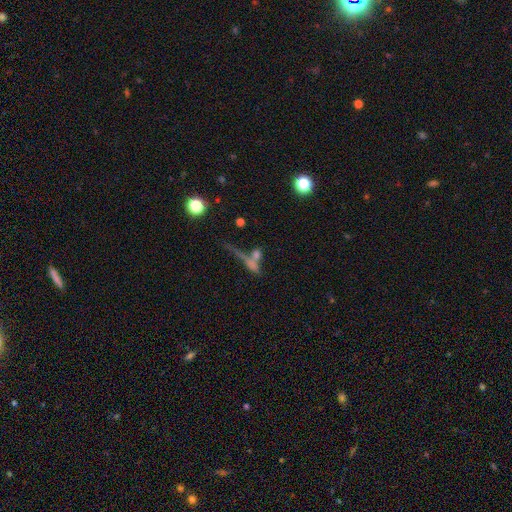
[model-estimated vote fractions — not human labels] The model was most divided on "merging": merger: 40%, none: 39%, major disturbance: 11%, minor disturbance: 10%. Remaining: smooth or featured — smooth (50%).